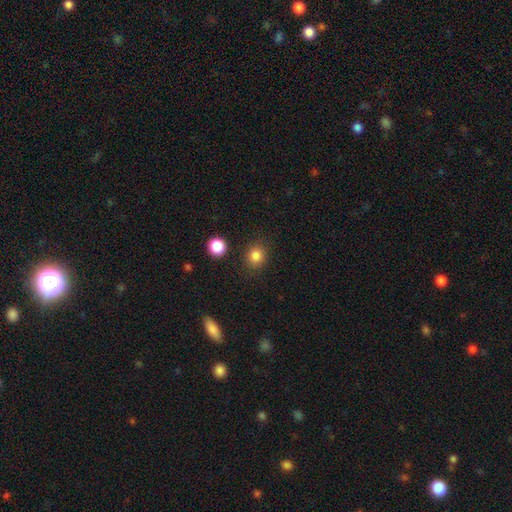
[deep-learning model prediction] smooth_or_featured: smooth (p=0.84) [alt: star or artifact p=0.12]
how_rounded: round (p=0.81) [alt: in between p=0.18]
merging: none (p=0.86) [alt: minor disturbance p=0.08]